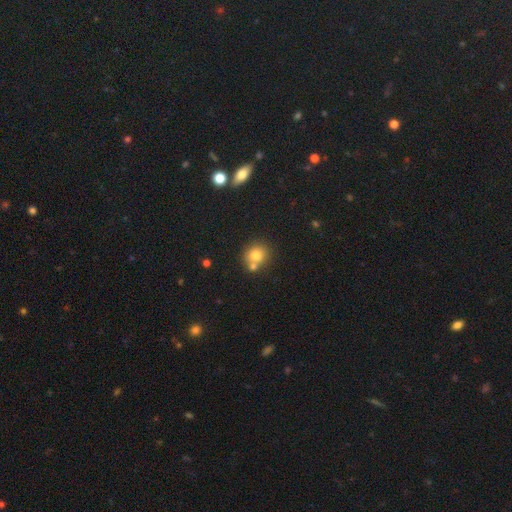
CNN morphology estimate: A smooth galaxy with no disk features (76%) that is round (84%). Merging: none (57%).